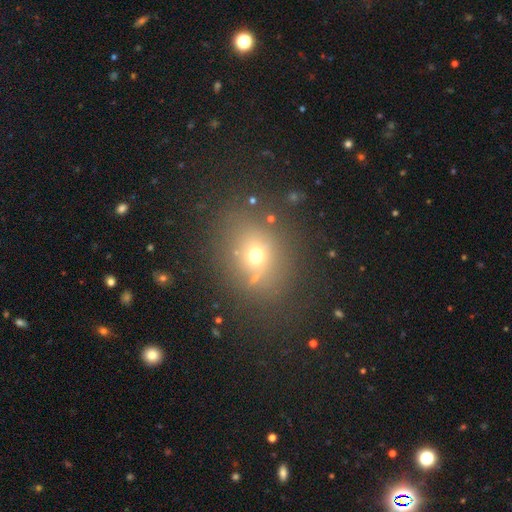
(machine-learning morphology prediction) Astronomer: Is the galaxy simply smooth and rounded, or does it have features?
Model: smooth — 62%.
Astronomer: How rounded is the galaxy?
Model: round — 56% (runner-up: in between, 42%).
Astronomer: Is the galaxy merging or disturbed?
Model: none — 74%.